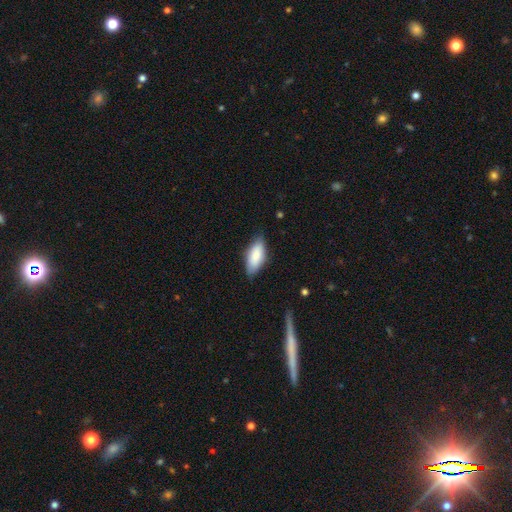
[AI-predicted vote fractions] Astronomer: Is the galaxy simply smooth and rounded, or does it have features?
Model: smooth — 84%.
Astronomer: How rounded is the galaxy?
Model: in between — 85%.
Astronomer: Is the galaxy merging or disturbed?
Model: none — 78%.